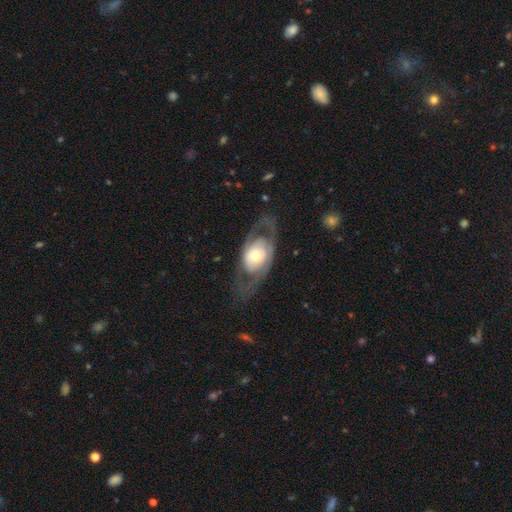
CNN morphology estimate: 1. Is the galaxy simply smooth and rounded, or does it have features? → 72% featured or disk, 23% smooth, 5% star or artifact.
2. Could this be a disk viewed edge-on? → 89% no, 11% yes.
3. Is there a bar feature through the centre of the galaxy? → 76% no, 17% weak, 7% strong.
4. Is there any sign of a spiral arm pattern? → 54% yes, 46% no.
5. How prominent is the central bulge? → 59% moderate, 20% large, 17% small, 3% dominant, 1% none.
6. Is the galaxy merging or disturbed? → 68% none, 16% major disturbance, 15% minor disturbance, 1% merger.